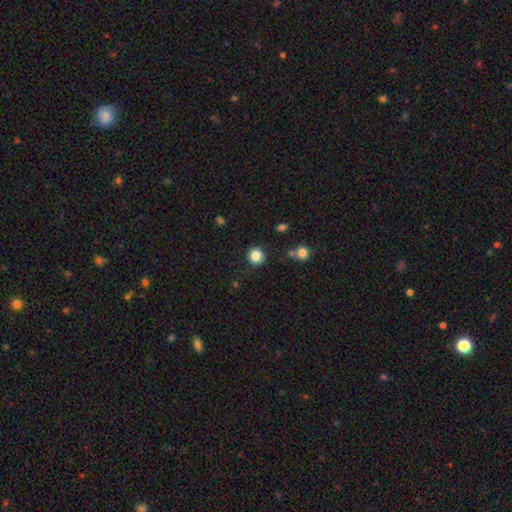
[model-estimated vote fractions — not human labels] Morphology: type=smooth (84%); roundness=round (92%); merging=none (86%).